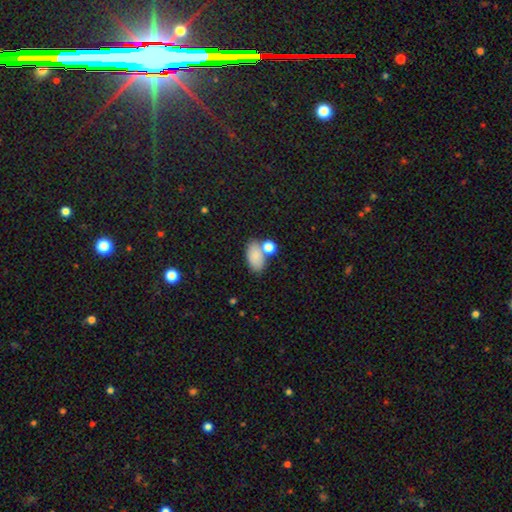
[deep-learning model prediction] Smooth or featured? smooth (83%)
How rounded? in between (90%)
Merging? none (58%)